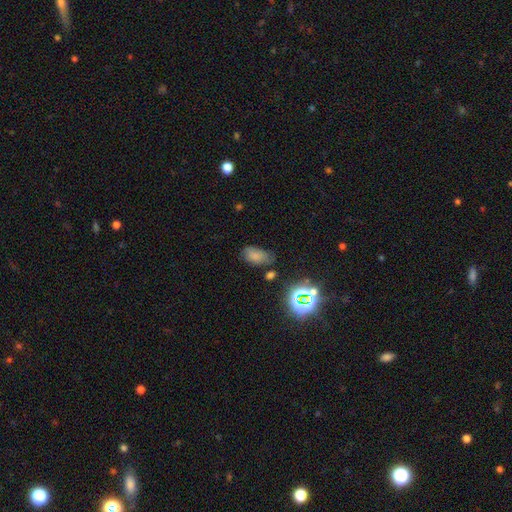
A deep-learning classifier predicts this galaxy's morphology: smooth_or_featured: smooth (p=0.68) [alt: star or artifact p=0.20]
how_rounded: in between (p=0.90) [alt: round p=0.08]
merging: none (p=0.59) [alt: minor disturbance p=0.26]